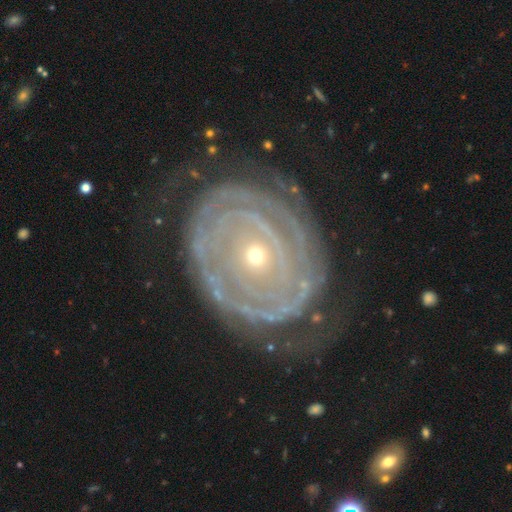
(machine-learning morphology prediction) Smooth or featured? featured or disk (87%)
Edge-on disk? no (96%)
Bar? no (79%)
Spiral arms? yes (90%)
Spiral winding? tight (88%)
Spiral arm count? can't tell (35%)
Bulge size? small (71%)
Merging? none (74%)